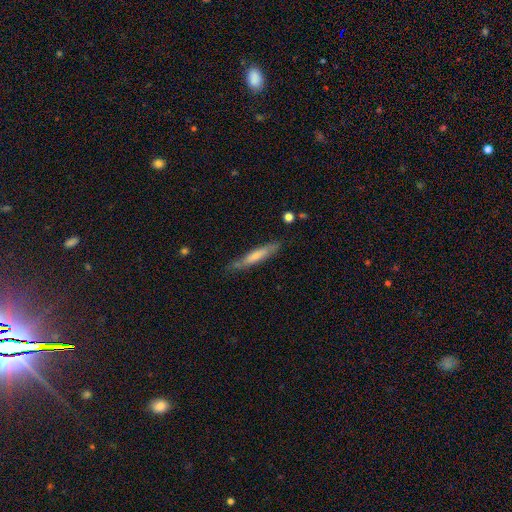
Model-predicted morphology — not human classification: This is possibly a smooth galaxy (53%). How rounded: clearly cigar-shaped (91%). Merging: likely none (77%).